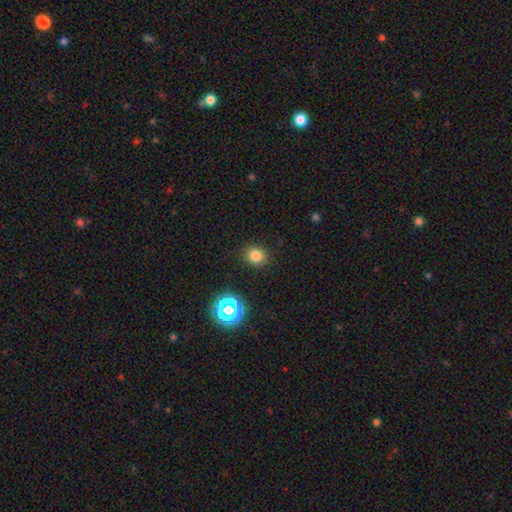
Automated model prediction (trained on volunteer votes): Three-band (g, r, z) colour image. It shows a smooth galaxy with no disk features (77%) that is round (74%). Merging: none (89%).